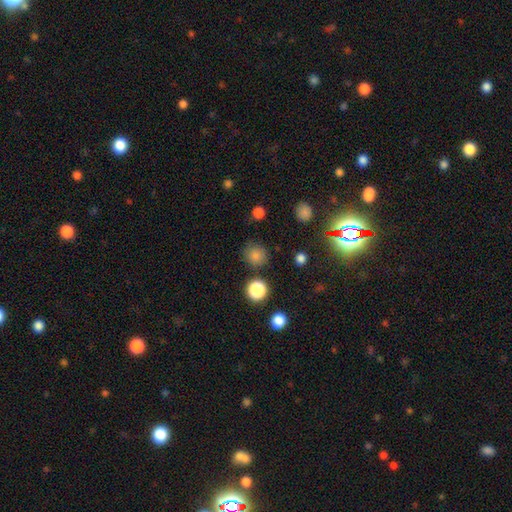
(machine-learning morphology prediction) This appears to be a smooth galaxy with no disk features (81%) that is round (91%). Merging: none (83%).